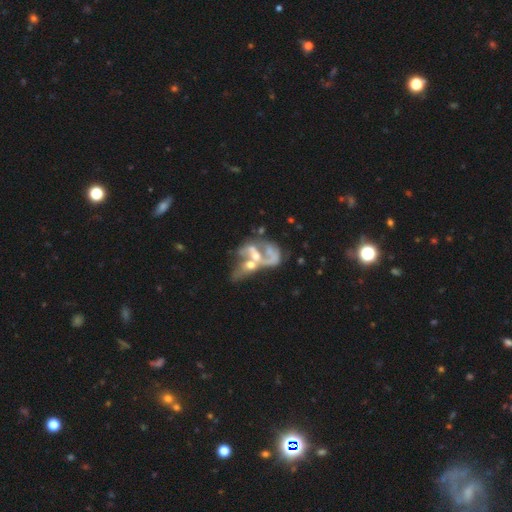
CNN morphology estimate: A featured or disk galaxy (73%) with no bar (69%), no spiral arms (52%) and a moderate central bulge (43%). Merging: merger (66%).